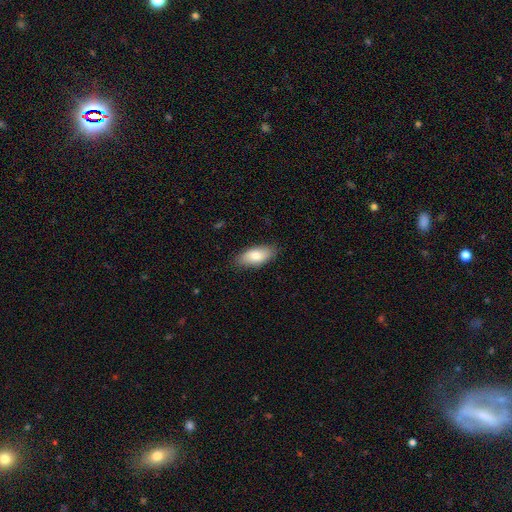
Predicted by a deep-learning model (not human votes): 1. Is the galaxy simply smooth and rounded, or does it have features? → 80% smooth, 14% featured or disk, 6% star or artifact.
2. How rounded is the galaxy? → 88% in between, 10% cigar-shaped, 3% round.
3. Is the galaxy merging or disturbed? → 86% none, 11% minor disturbance, 2% major disturbance, 1% merger.